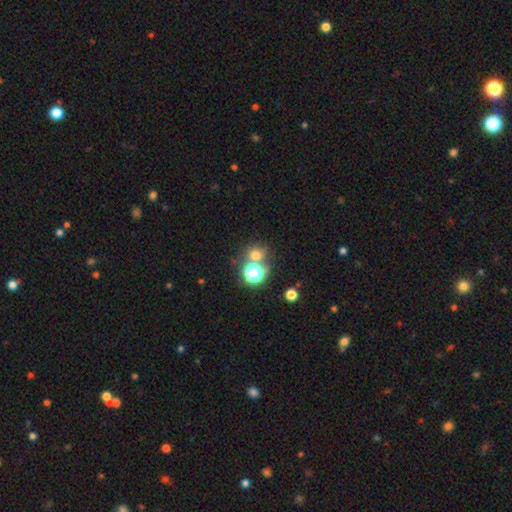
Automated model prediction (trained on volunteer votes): Smooth or featured? smooth (66%)
How rounded? round (83%)
Merging? none (62%)